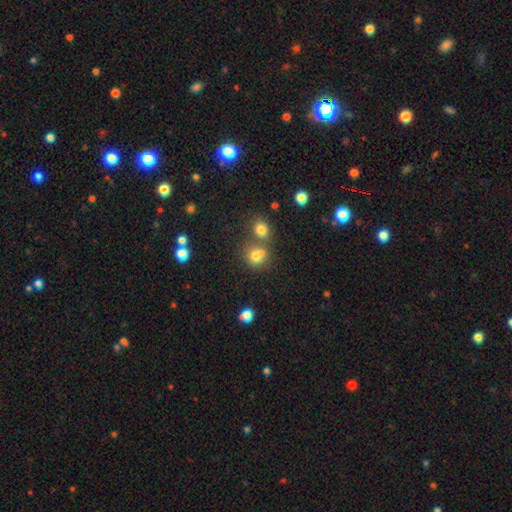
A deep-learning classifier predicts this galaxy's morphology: Smooth or featured? smooth (73%)
How rounded? round (73%)
Merging? none (43%, tied with merger)